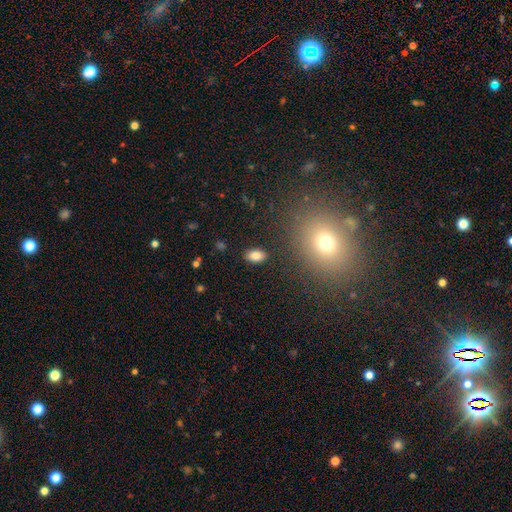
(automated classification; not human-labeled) Smooth or featured: smooth — 83% (star or artifact — 10%)
How rounded: in between — 89% (round — 9%)
Merging: none — 87% (minor disturbance — 9%)